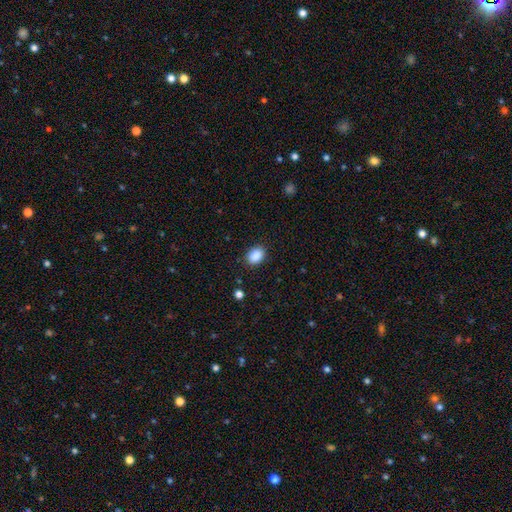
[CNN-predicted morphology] Overall: smooth (89%). How rounded: in between (73%). Merging: none (88%).